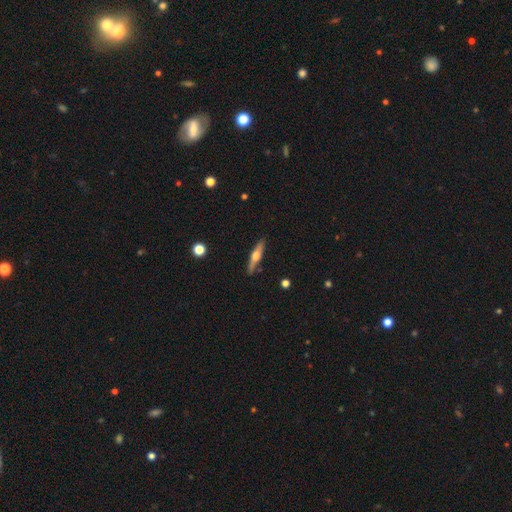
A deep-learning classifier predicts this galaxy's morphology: smooth_or_featured: featured or disk (p=0.57) [alt: smooth p=0.37]
disk_edge_on: yes (p=0.94) [alt: no p=0.06]
edge_on_bulge: rounded (p=0.93) [alt: none p=0.04]
merging: none (p=0.87) [alt: minor disturbance p=0.10]